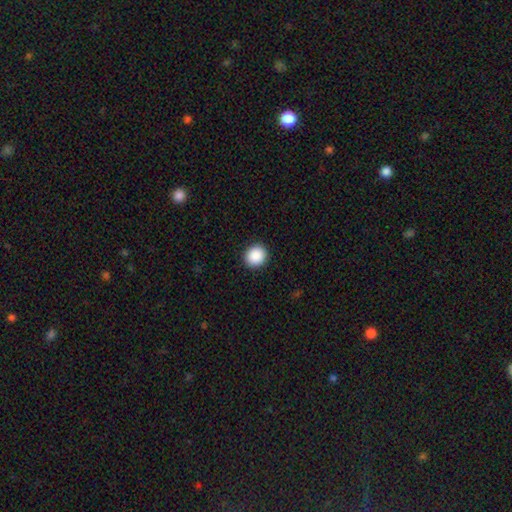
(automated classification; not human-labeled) Smooth or featured? Predicted: smooth (p=0.89). How rounded? Predicted: round (p=0.87). Merging? Predicted: none (p=0.92).